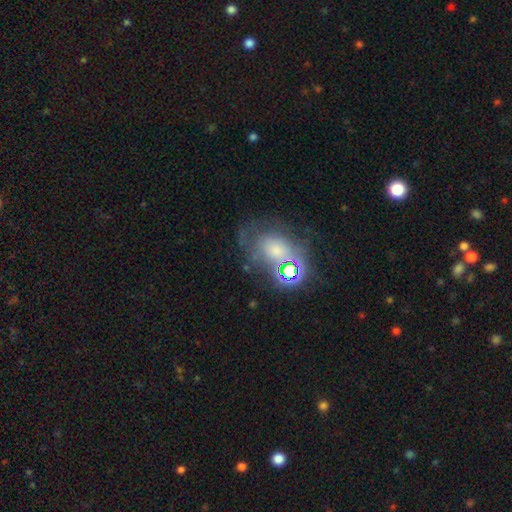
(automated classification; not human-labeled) A featured or disk galaxy (39%). Merging: none (51%).